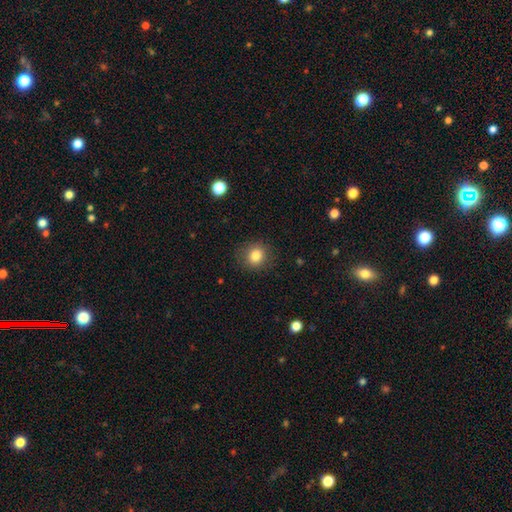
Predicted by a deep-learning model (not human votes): Smooth or featured? Predicted: smooth (p=0.83). How rounded? Predicted: round (p=0.79). Merging? Predicted: none (p=0.85).